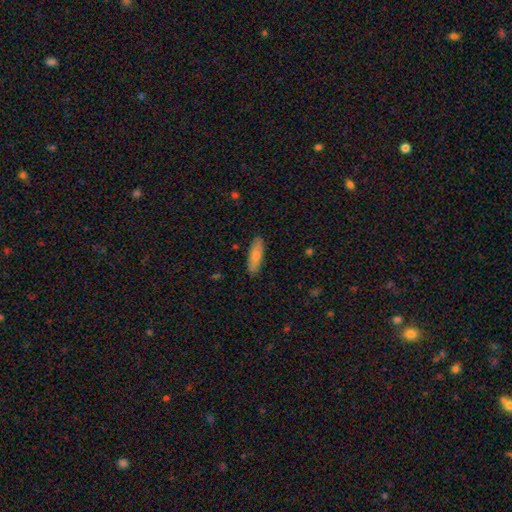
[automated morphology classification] smooth-or-featured: smooth: 73% | featured or disk: 21% | star or artifact: 6%
  how-rounded: in between: 50% | cigar-shaped: 48% | round: 2%
  merging: none: 88% | minor disturbance: 9% | major disturbance: 2% | merger: 1%